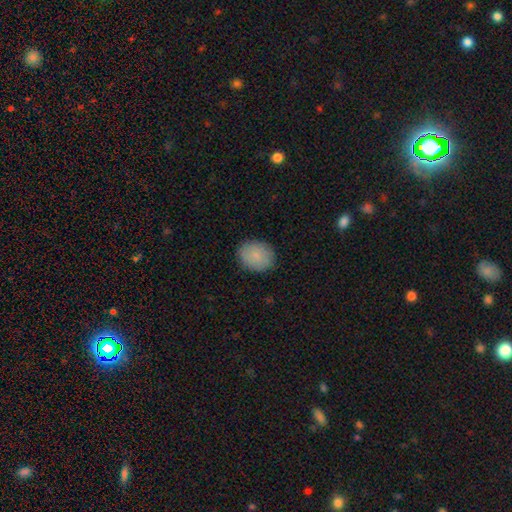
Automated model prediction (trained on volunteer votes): The model was most divided on "how rounded": round: 62%, in between: 37%, cigar-shaped: 1%. More confident: merging — none (88%); smooth or featured — smooth (85%).